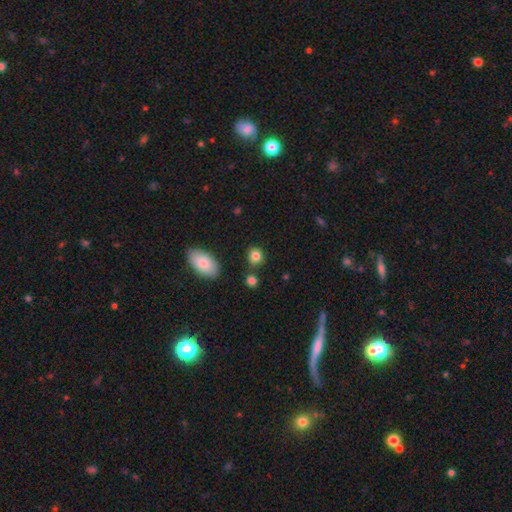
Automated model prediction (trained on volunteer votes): A smooth galaxy with no disk features (84%) that is round (73%).

Vote fractions:
- Smooth or featured? smooth: 84% / star or artifact: 11% / featured or disk: 6%
- How rounded? round: 73% / in between: 26% / cigar-shaped: 1%
- Merging? none: 74% / minor disturbance: 13% / merger: 10% / major disturbance: 4%